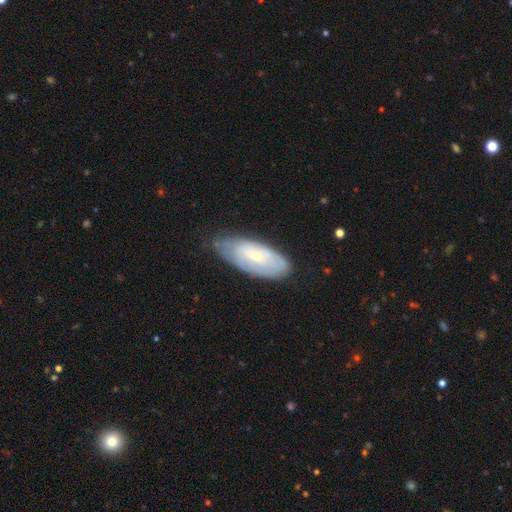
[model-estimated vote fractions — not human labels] Overall: featured or disk (54%; smooth 40%). Edge-on disk: no (87%). Merging: none (63%; minor disturbance 29%).